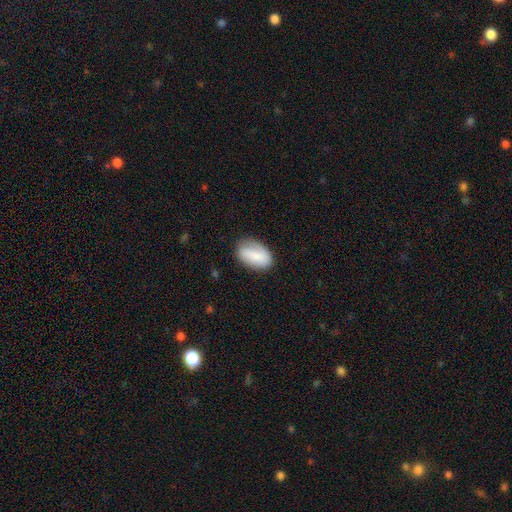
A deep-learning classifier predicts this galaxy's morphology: This appears to be a smooth galaxy with no disk features (77%) that is in between round and cigar-shaped (91%). Merging: none (71%).